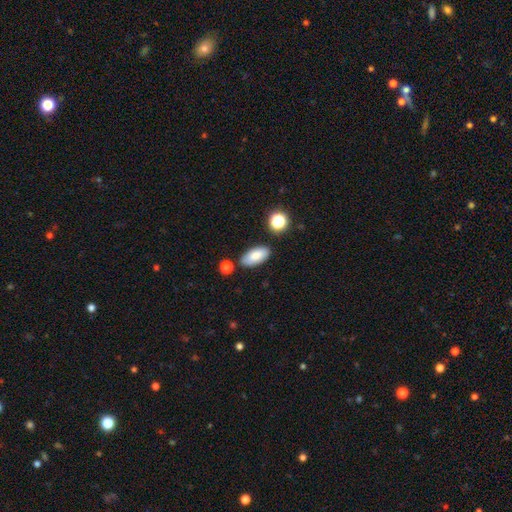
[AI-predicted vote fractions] Smooth or featured?
  - smooth: 83% *
  - featured or disk: 9%
  - star or artifact: 8%
How rounded?
  - in between: 90% *
  - cigar-shaped: 7%
  - round: 3%
Merging?
  - none: 80% *
  - minor disturbance: 12%
  - merger: 5%
  - major disturbance: 3%